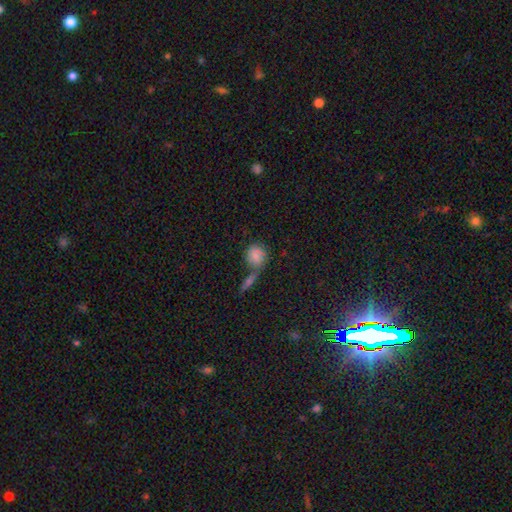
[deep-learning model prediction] Smooth or featured?
  - smooth: 77% *
  - featured or disk: 11%
  - star or artifact: 11%
How rounded?
  - round: 62% *
  - in between: 34%
  - cigar-shaped: 4%
Merging?
  - none: 42% *
  - merger: 38%
  - minor disturbance: 13%
  - major disturbance: 7%